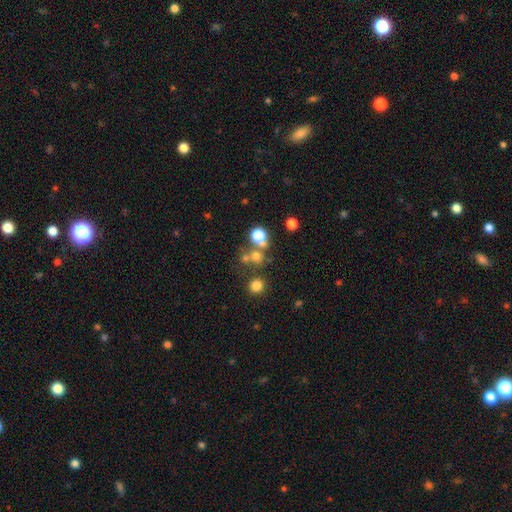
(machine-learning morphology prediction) Smooth or featured: smooth — 55% (star or artifact — 31%)
How rounded: round — 81% (in between — 18%)
Merging: none — 55% (merger — 31%)